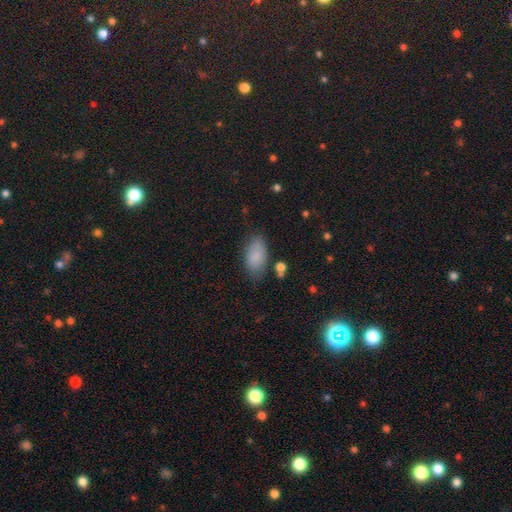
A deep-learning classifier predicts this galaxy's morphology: smooth_or_featured: smooth (p=0.85) [alt: star or artifact p=0.08]
how_rounded: in between (p=0.93) [alt: round p=0.04]
merging: none (p=0.74) [alt: minor disturbance p=0.18]